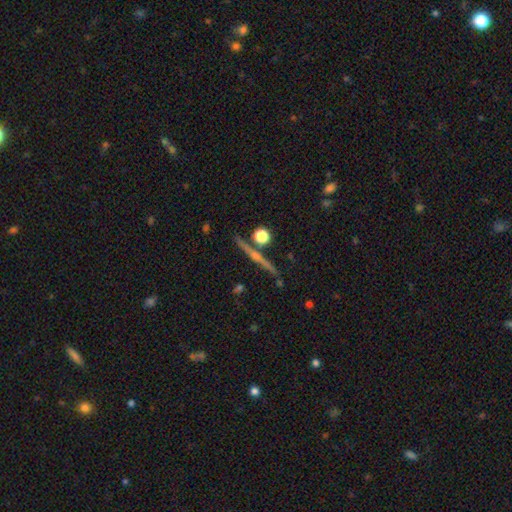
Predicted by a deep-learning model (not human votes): The model was most divided on "edge-on bulge": rounded: 74%, none: 18%, boxy: 8%. More confident: edge-on disk — yes (97%); merging — none (87%); smooth or featured — featured or disk (75%).